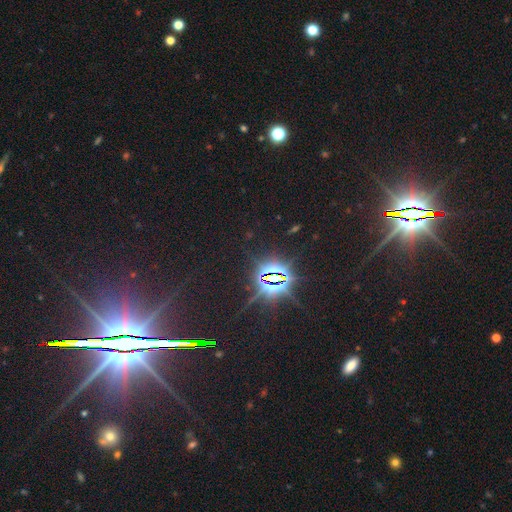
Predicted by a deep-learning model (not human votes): Smooth or featured? star or artifact (84%)